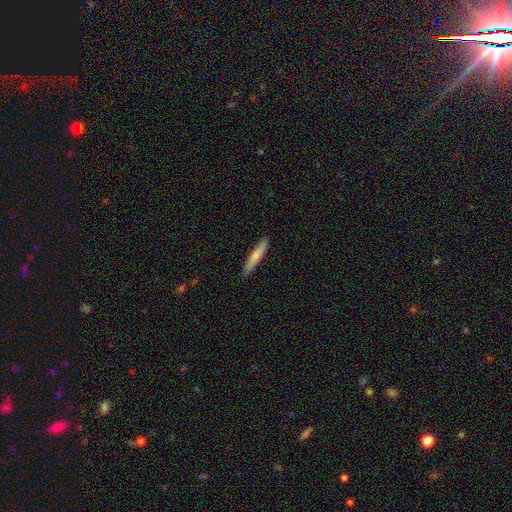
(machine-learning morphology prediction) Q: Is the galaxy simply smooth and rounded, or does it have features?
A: smooth — 73%.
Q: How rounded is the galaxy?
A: cigar-shaped — 93%.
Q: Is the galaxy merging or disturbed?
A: none — 91%.